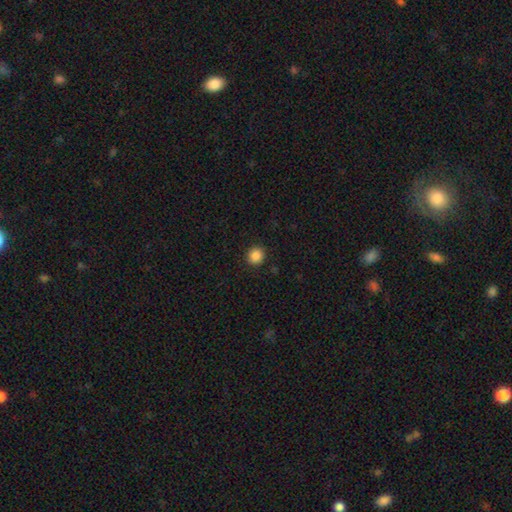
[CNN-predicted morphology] This is clearly a smooth galaxy (87%). How rounded: clearly round (90%). Merging: clearly none (91%).